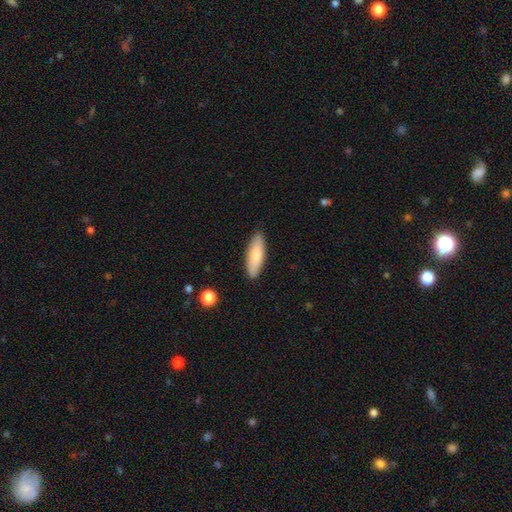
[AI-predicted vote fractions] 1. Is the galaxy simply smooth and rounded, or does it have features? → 80% smooth, 14% featured or disk, 5% star or artifact.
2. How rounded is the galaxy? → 50% cigar-shaped, 48% in between, 2% round.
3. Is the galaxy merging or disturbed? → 88% none, 9% minor disturbance, 2% major disturbance, 1% merger.